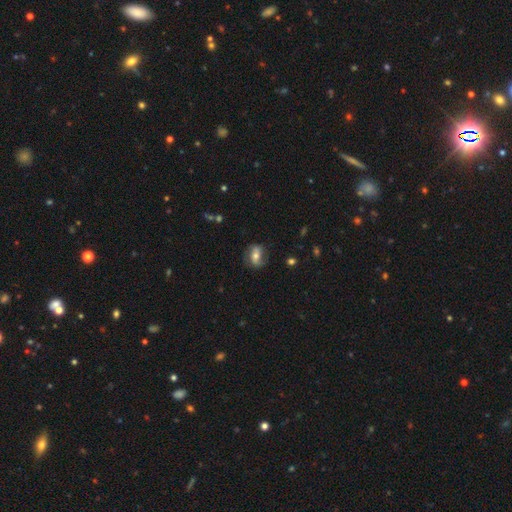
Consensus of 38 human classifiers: smooth 47% (tied), featured or disk 47% (tied), star or artifact 5%. Down the decision tree: how rounded — in between (56%); merging — none (81%).